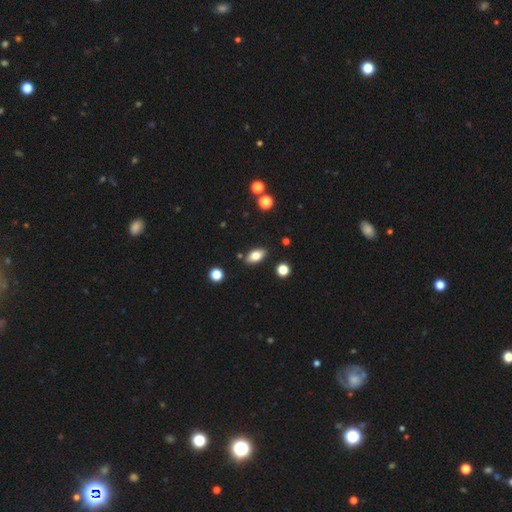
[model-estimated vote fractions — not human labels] This is likely a smooth galaxy (79%). How rounded: clearly in between (89%). Merging: clearly none (84%).